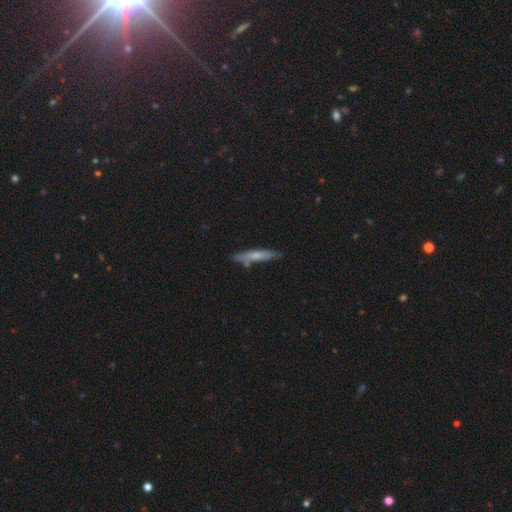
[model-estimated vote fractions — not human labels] Smooth or featured? smooth (62%)
How rounded? cigar-shaped (90%)
Merging? none (76%)